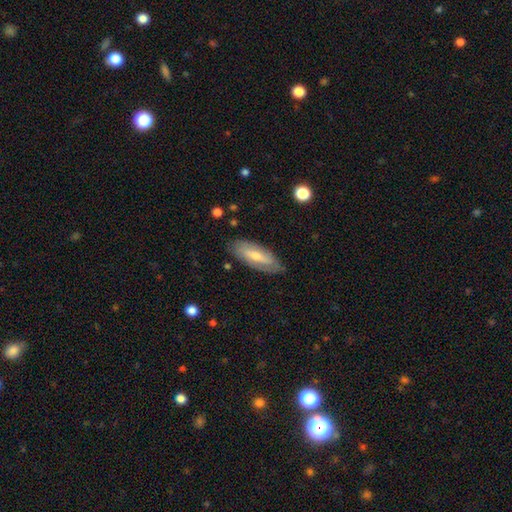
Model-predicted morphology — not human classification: Q: Smooth or featured?
A: featured or disk (55%); runner-up: smooth (39%)
Q: Edge-on disk?
A: no (76%); runner-up: yes (24%)
Q: Merging?
A: none (81%); runner-up: minor disturbance (14%)